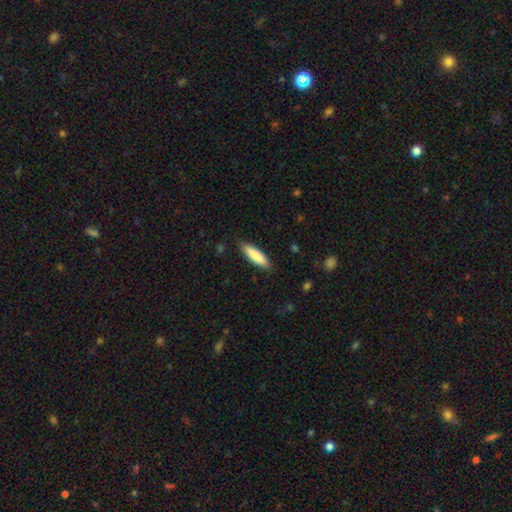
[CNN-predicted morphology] Overall: smooth (85%). How rounded: cigar-shaped (59%; in between 39%). Merging: none (84%).